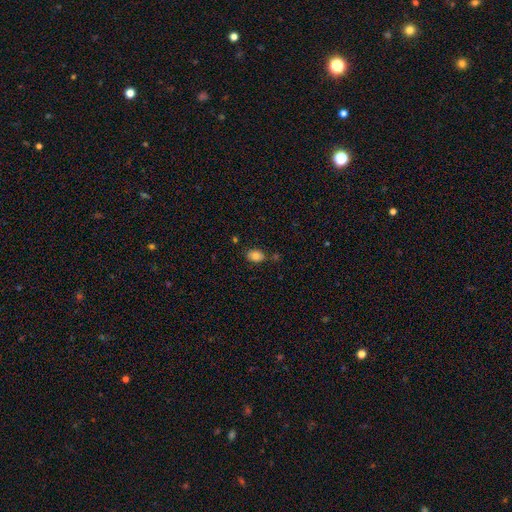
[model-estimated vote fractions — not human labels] This appears to be a smooth galaxy with no disk features (82%) that is in between round and cigar-shaped (82%). Merging: none (75%).